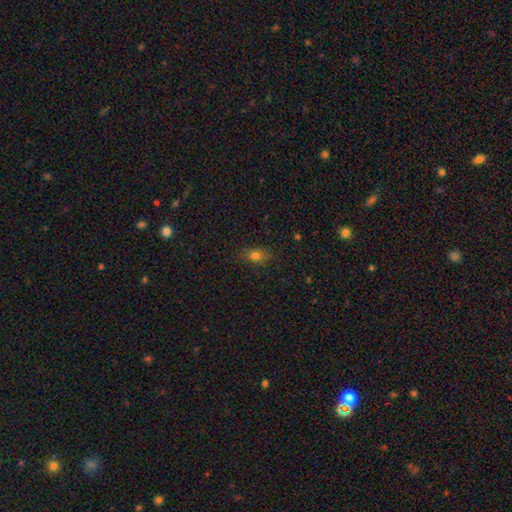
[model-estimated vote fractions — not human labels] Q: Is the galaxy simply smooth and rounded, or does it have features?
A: smooth — 77%.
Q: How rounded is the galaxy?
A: in between — 71%.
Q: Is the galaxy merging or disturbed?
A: none — 82%.